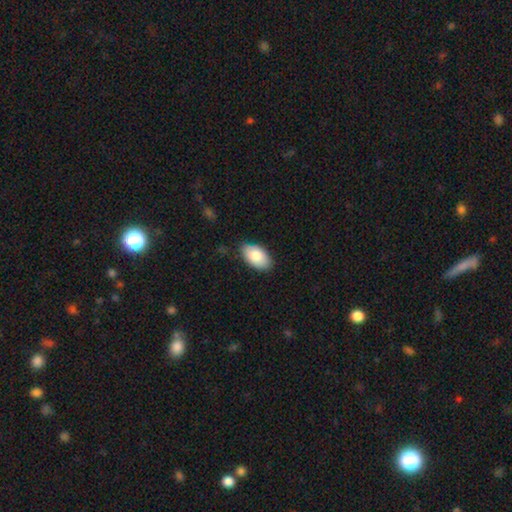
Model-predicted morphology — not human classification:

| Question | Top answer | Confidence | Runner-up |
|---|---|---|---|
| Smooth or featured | smooth | 81% | featured or disk (13%) |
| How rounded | in between | 94% | round (5%) |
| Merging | none | 80% | minor disturbance (16%) |